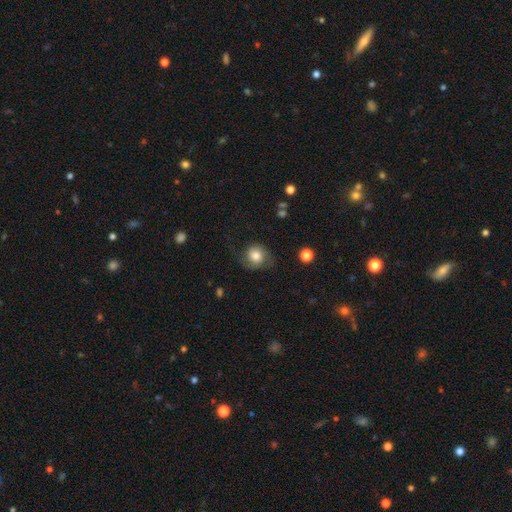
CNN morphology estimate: A smooth galaxy with no disk features (63%) that is round (79%).

Vote fractions:
- Smooth or featured? smooth: 63% / featured or disk: 28% / star or artifact: 9%
- How rounded? round: 79% / in between: 20% / cigar-shaped: 1%
- Merging? none: 58% / minor disturbance: 23% / major disturbance: 16% / merger: 2%